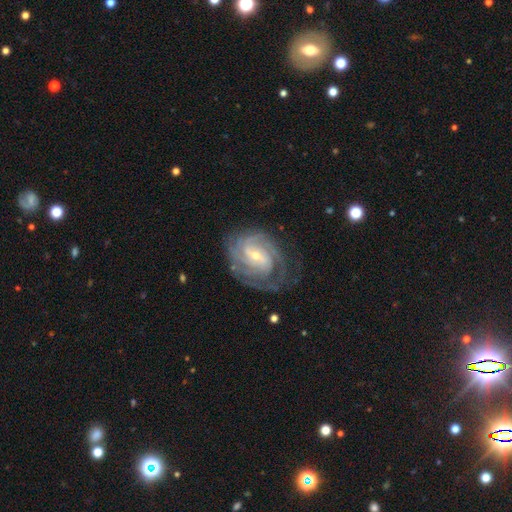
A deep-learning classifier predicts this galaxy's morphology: Q: Smooth or featured?
A: featured or disk (89%); runner-up: smooth (6%)
Q: Edge-on disk?
A: no (97%); runner-up: yes (3%)
Q: Bar?
A: weak (48%); runner-up: no (33%)
Q: Spiral arms?
A: yes (97%); runner-up: no (3%)
Q: Spiral winding?
A: tight (70%); runner-up: medium (26%)
Q: Spiral arm count?
A: 2 (28%); runner-up: can't tell (27%)
Q: Bulge size?
A: small (67%); runner-up: moderate (30%)
Q: Merging?
A: none (71%); runner-up: minor disturbance (19%)